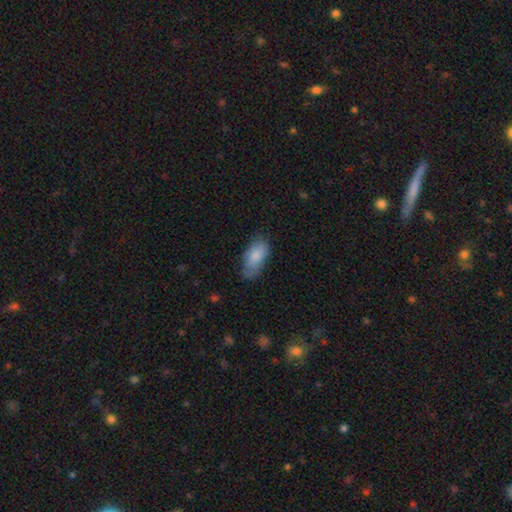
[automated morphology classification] This appears to be a smooth galaxy with no disk features (83%) that is in between round and cigar-shaped (92%). Merging: none (65%).